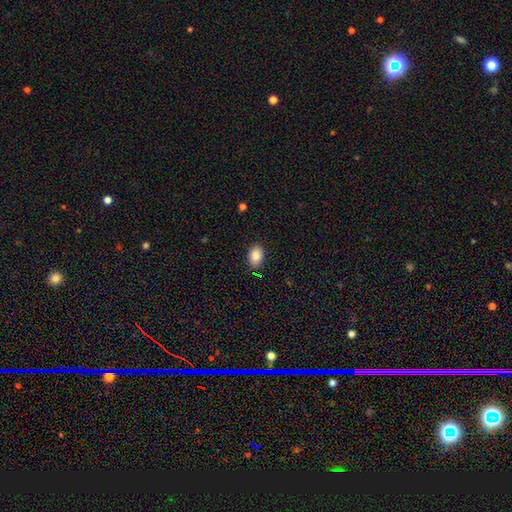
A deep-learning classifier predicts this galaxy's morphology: type=smooth (86%); roundness=in between (87%); merging=none (86%).